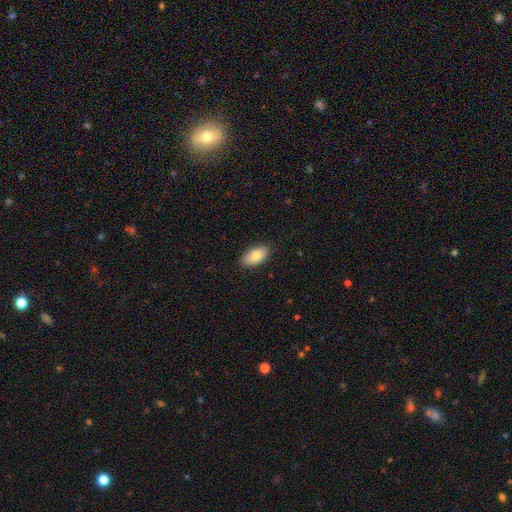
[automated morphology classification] Smooth or featured: smooth — 83% (featured or disk — 11%)
How rounded: in between — 93% (round — 4%)
Merging: none — 88% (minor disturbance — 9%)